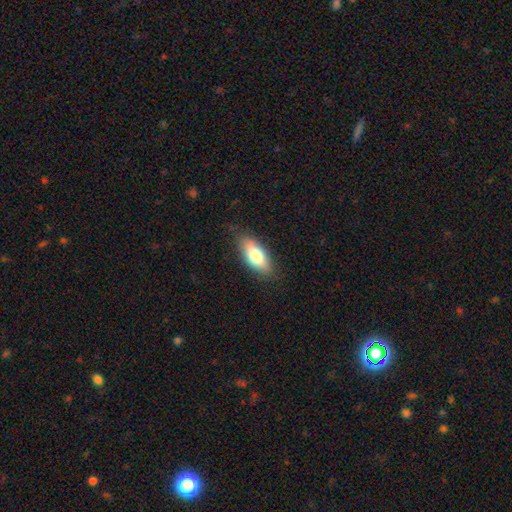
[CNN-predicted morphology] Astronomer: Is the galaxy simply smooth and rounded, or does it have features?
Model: smooth — 76%.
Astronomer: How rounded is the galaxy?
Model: in between — 83%.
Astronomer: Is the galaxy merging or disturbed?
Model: none — 80%.